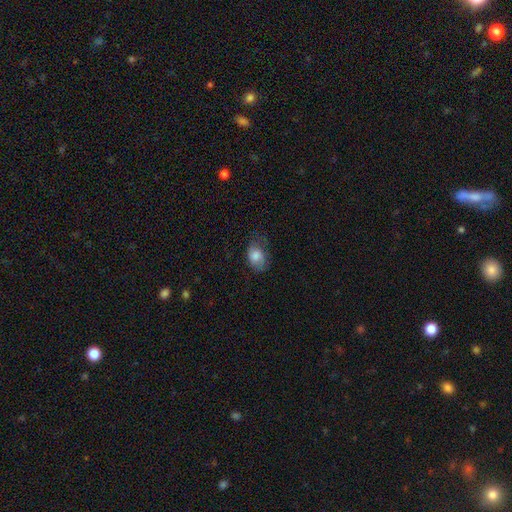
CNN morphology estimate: A smooth galaxy with no disk features (77%) that is in between round and cigar-shaped (75%).

Vote fractions:
- Smooth or featured? smooth: 77% / featured or disk: 15% / star or artifact: 8%
- How rounded? in between: 75% / round: 23% / cigar-shaped: 1%
- Merging? none: 50% / minor disturbance: 32% / major disturbance: 17% / merger: 2%